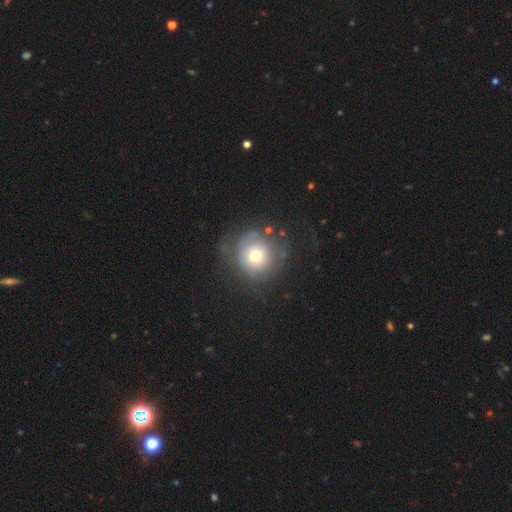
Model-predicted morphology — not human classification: Smooth or featured?
  - smooth: 56% *
  - featured or disk: 33%
  - star or artifact: 11%
How rounded?
  - round: 91% *
  - in between: 8%
  - cigar-shaped: 1%
Merging?
  - none: 55% *
  - minor disturbance: 21%
  - major disturbance: 21%
  - merger: 3%